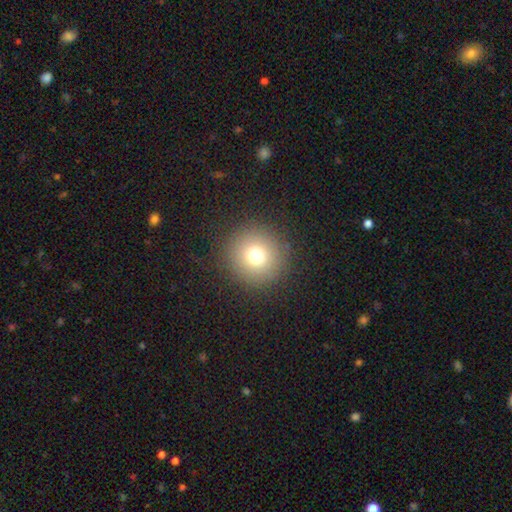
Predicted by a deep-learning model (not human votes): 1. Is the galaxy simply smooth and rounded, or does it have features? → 73% smooth, 16% star or artifact, 11% featured or disk.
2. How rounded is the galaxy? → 96% round, 3% in between, 1% cigar-shaped.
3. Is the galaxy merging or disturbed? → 90% none, 5% minor disturbance, 3% major disturbance, 1% merger.